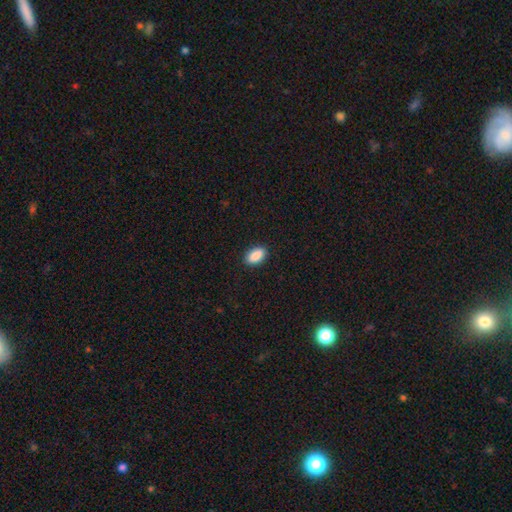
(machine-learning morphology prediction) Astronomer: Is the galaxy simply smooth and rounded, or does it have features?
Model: smooth — 90%.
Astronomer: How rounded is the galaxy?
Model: in between — 92%.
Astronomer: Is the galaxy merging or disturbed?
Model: none — 90%.